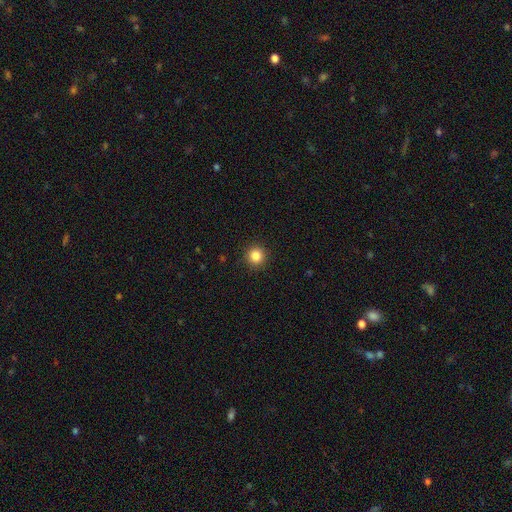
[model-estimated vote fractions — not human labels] smooth-or-featured: smooth: 85% | star or artifact: 11% | featured or disk: 4%
  how-rounded: round: 93% | in between: 6% | cigar-shaped: 1%
  merging: none: 91% | minor disturbance: 6% | major disturbance: 2% | merger: 1%